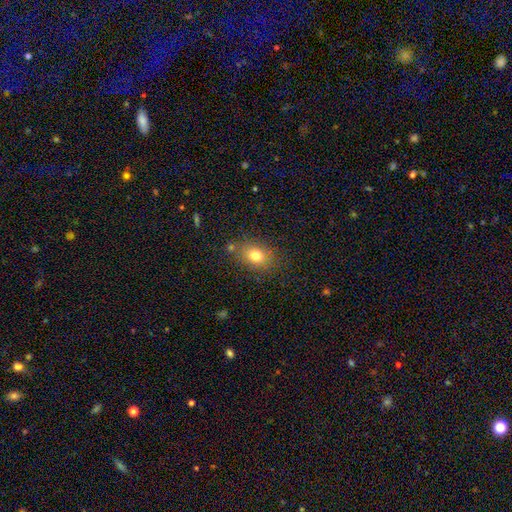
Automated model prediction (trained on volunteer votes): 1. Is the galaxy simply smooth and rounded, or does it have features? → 77% smooth, 12% star or artifact, 11% featured or disk.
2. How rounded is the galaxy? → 58% in between, 41% round, 1% cigar-shaped.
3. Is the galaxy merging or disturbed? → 78% none, 13% minor disturbance, 5% merger, 4% major disturbance.